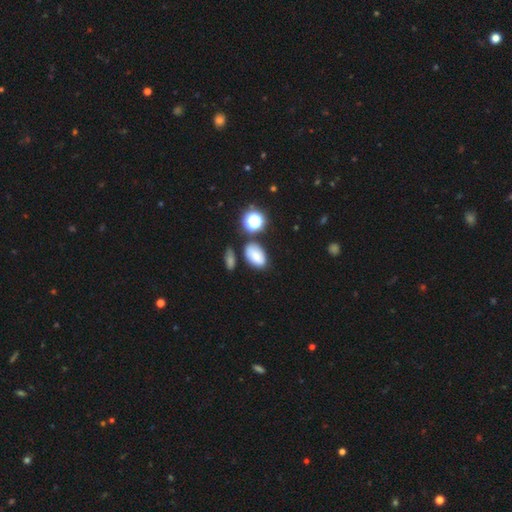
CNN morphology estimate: This is likely a smooth galaxy (75%). How rounded: clearly in between (87%). Merging: likely none (70%).